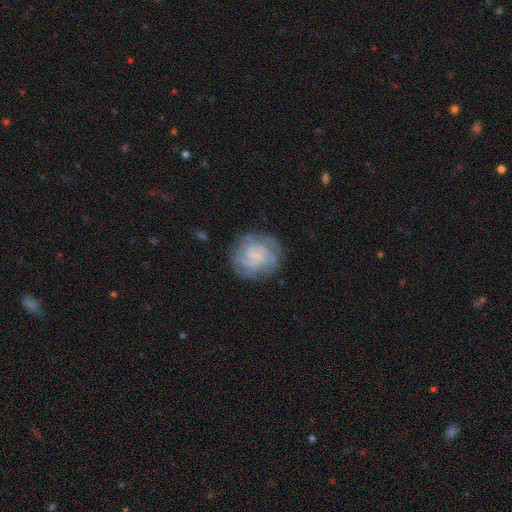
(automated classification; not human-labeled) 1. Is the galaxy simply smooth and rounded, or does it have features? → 70% featured or disk, 22% smooth, 8% star or artifact.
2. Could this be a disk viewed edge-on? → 98% no, 2% yes.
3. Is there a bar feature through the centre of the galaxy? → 55% no, 38% weak, 7% strong.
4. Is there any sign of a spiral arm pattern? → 88% yes, 12% no.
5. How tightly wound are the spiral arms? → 54% tight, 34% medium, 12% loose.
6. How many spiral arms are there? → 37% can't tell, 21% 2, 21% 3, 11% 4, 6% 1, 6% more than 4.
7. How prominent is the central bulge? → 44% none, 43% small, 11% moderate, 2% large, 1% dominant.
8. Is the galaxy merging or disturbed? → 76% none, 15% minor disturbance, 8% major disturbance, 1% merger.